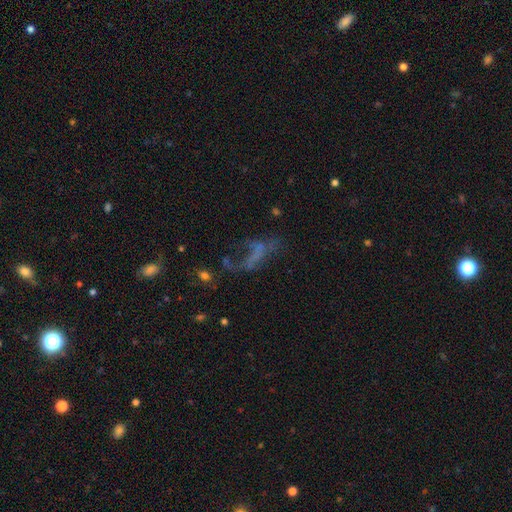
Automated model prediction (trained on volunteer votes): Smooth or featured? Predicted: featured or disk (p=0.44). Merging? Predicted: major disturbance (p=0.41).